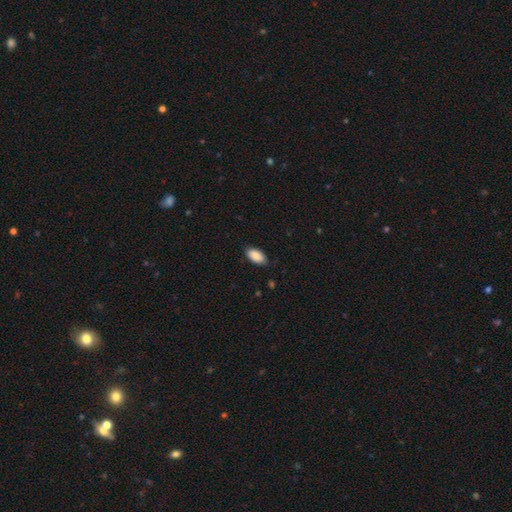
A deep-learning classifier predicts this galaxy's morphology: Smooth or featured? Predicted: smooth (p=0.89). How rounded? Predicted: in between (p=0.94). Merging? Predicted: none (p=0.82).